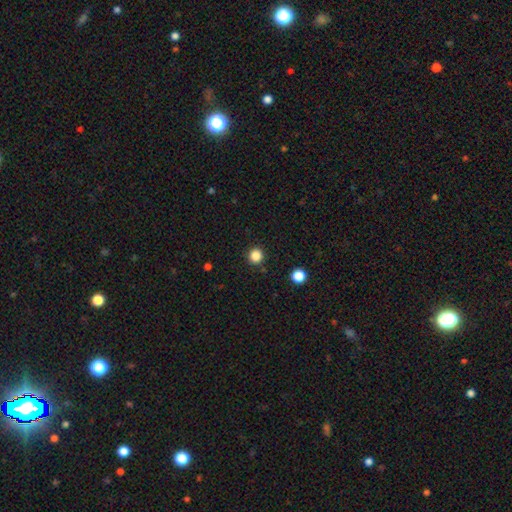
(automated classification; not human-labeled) Smooth or featured? smooth (85%)
How rounded? round (94%)
Merging? none (90%)